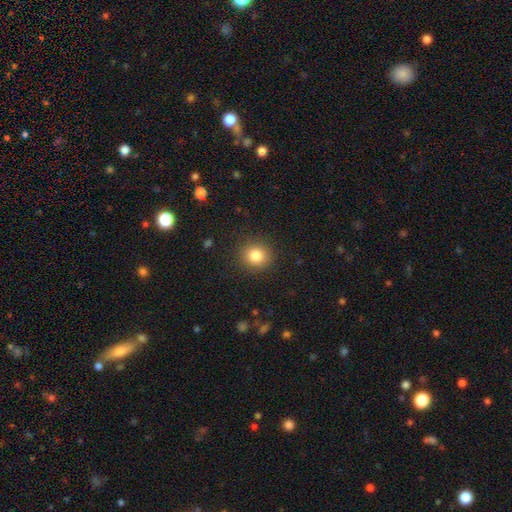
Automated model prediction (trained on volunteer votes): A smooth galaxy with no disk features (83%) that is round (89%).

Vote fractions:
- Smooth or featured? smooth: 83% / star or artifact: 11% / featured or disk: 6%
- How rounded? round: 89% / in between: 10% / cigar-shaped: 1%
- Merging? none: 90% / minor disturbance: 7% / major disturbance: 3% / merger: 1%